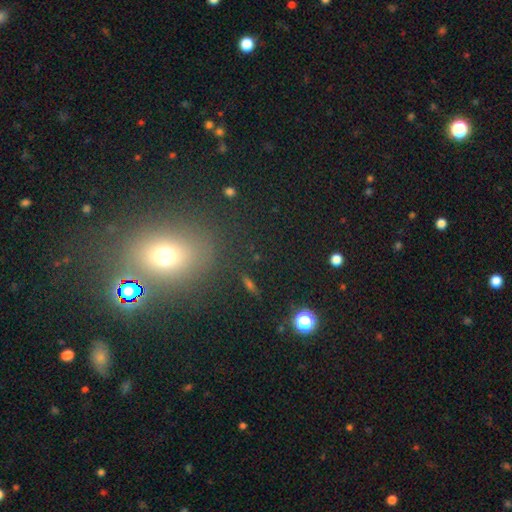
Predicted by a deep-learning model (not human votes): Overall: smooth (53%; star or artifact 37%). How rounded: in between (54%; round 43%). Merging: none (77%).